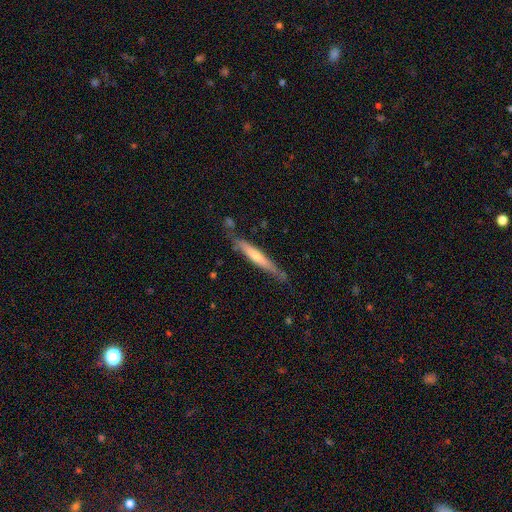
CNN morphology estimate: This is possibly a featured or disk galaxy (49%). Merging: likely none (74%).